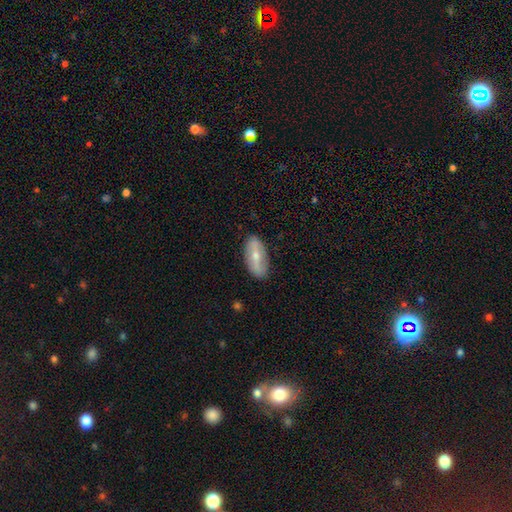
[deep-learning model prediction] Smooth or featured? Predicted: smooth (p=0.52). How rounded? Predicted: in between (p=0.86). Merging? Predicted: none (p=0.83).